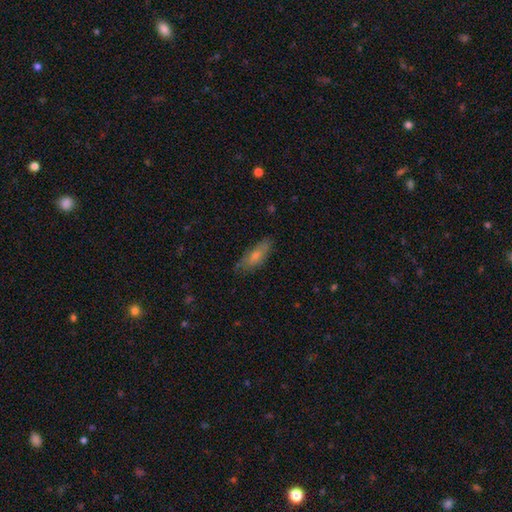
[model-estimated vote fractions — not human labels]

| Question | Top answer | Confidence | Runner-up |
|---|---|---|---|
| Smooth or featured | smooth | 70% | featured or disk (23%) |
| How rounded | in between | 65% | cigar-shaped (33%) |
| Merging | none | 72% | minor disturbance (21%) |